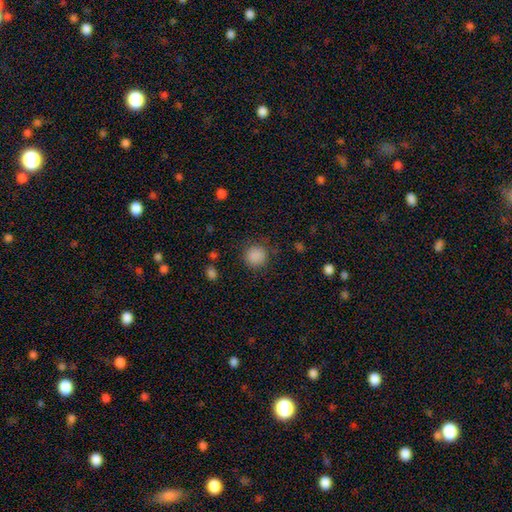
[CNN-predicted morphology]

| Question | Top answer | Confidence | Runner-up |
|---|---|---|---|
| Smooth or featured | smooth | 86% | star or artifact (11%) |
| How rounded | round | 91% | in between (8%) |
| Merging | none | 85% | minor disturbance (10%) |